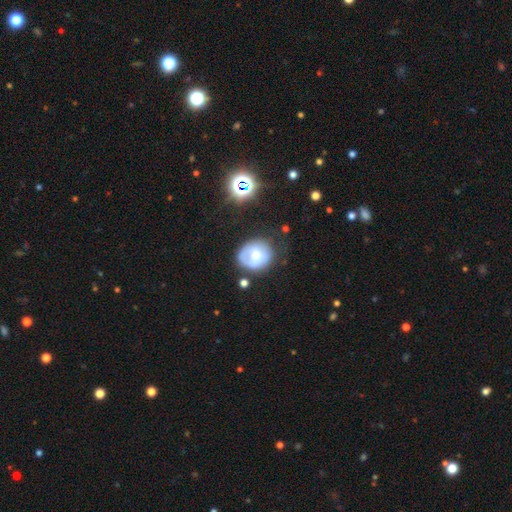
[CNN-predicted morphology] This is possibly a smooth galaxy (52%). How rounded: likely round (72%). Merging: possibly none (55%).